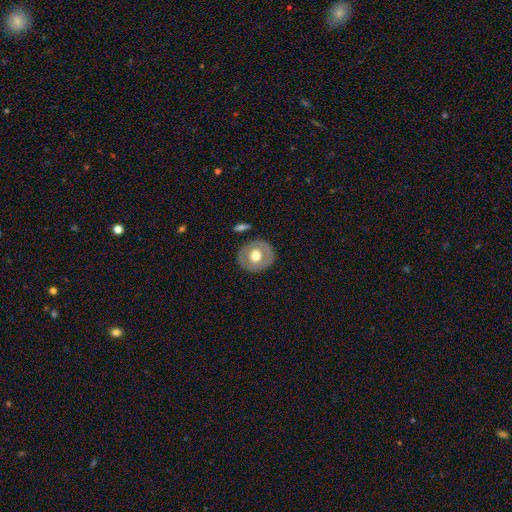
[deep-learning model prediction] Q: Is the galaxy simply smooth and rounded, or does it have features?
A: smooth — 54%.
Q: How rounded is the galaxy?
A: round — 79%.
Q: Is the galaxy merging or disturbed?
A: none — 84%.